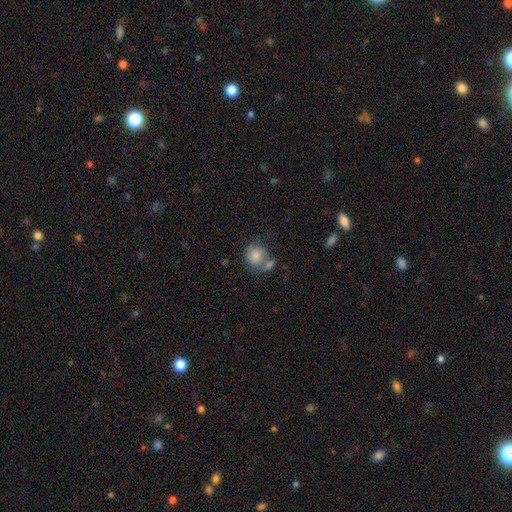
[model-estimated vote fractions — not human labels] Morphology: type=smooth (79%); roundness=round (74%); merging=none (41%).